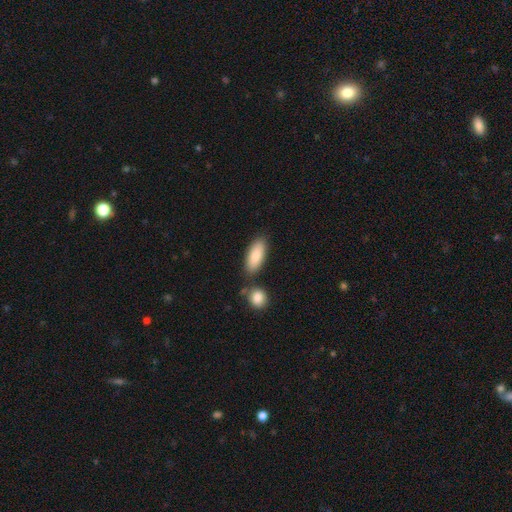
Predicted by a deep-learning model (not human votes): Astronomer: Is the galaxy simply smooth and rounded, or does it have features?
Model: smooth — 86%.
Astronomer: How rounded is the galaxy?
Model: in between — 79%.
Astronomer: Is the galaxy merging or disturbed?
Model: none — 73%.